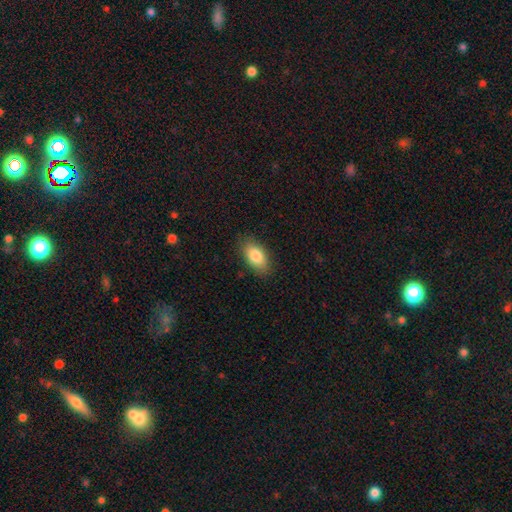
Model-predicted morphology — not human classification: Smooth or featured?
  - smooth: 84% *
  - featured or disk: 9%
  - star or artifact: 7%
How rounded?
  - in between: 92% *
  - round: 4%
  - cigar-shaped: 4%
Merging?
  - none: 85% *
  - minor disturbance: 12%
  - major disturbance: 3%
  - merger: 1%